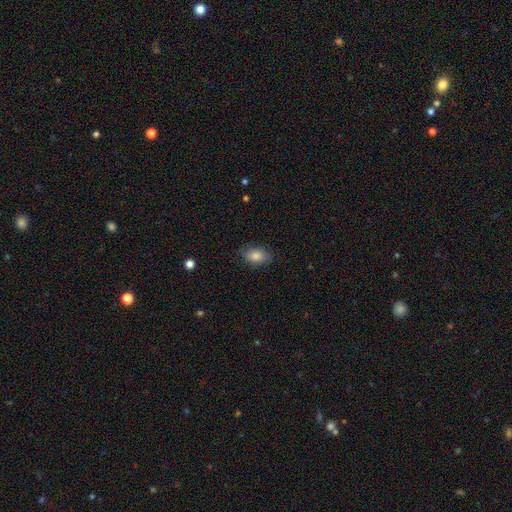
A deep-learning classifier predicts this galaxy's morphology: This is clearly a smooth galaxy (81%). How rounded: clearly in between (86%). Merging: clearly none (81%).